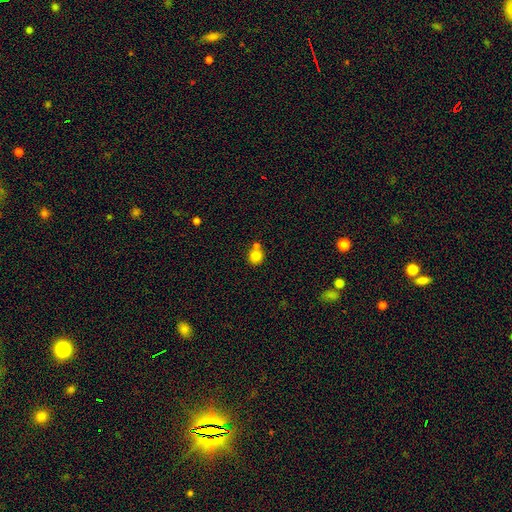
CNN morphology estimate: smooth-or-featured: smooth: 81% | star or artifact: 11% | featured or disk: 8%
  how-rounded: round: 88% | in between: 11% | cigar-shaped: 1%
  merging: none: 57% | merger: 32% | minor disturbance: 8% | major disturbance: 3%